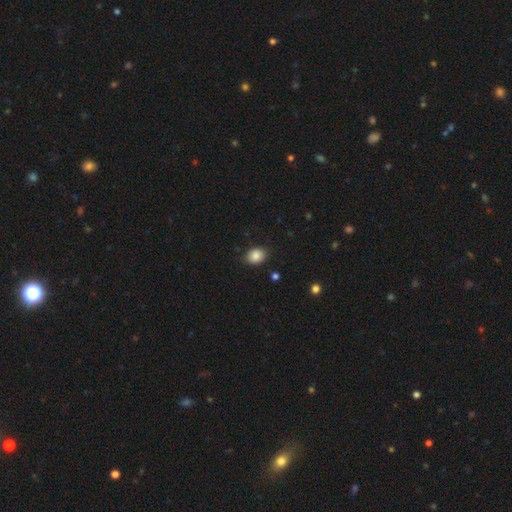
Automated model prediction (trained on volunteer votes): Smooth or featured? Predicted: smooth (p=0.86). How rounded? Predicted: in between (p=0.56). Merging? Predicted: none (p=0.84).